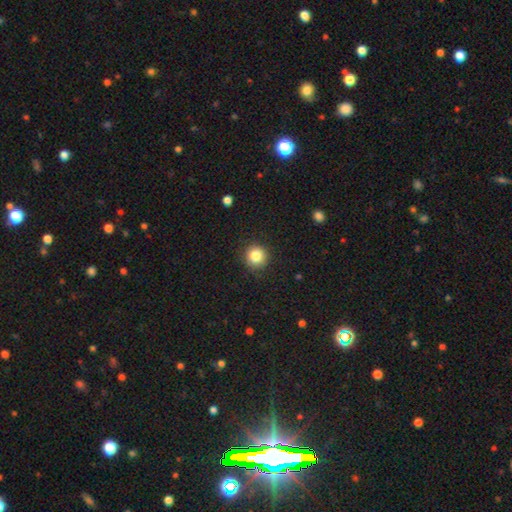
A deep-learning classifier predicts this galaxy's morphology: Q: Smooth or featured?
A: smooth (84%); runner-up: star or artifact (10%)
Q: How rounded?
A: round (94%); runner-up: in between (5%)
Q: Merging?
A: none (90%); runner-up: minor disturbance (7%)